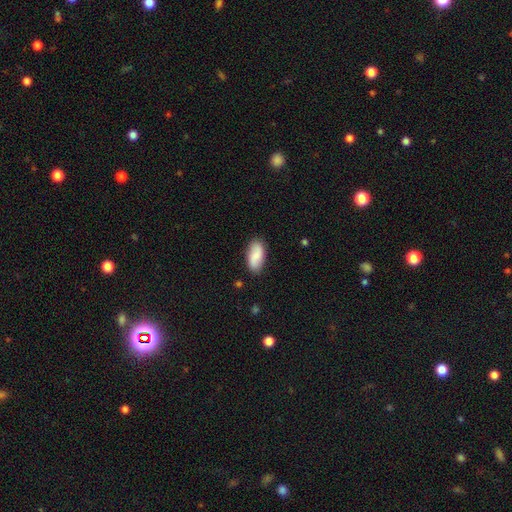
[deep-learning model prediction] smooth 79%, featured or disk 14%, star or artifact 6%. Down the decision tree: how rounded — in between (91%); merging — none (84%).